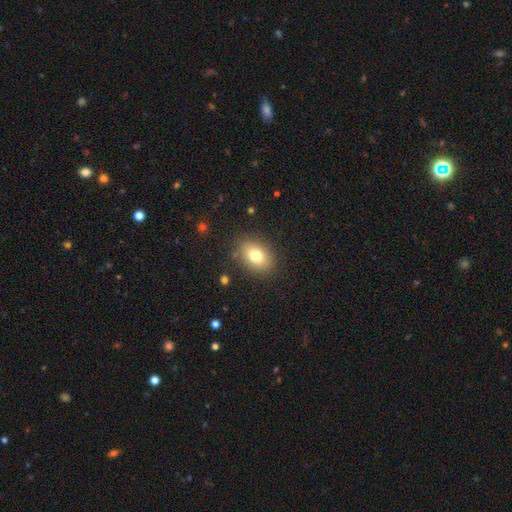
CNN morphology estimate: This appears to be a smooth galaxy with no disk features (78%) that is in between round and cigar-shaped (77%). Merging: none (85%).